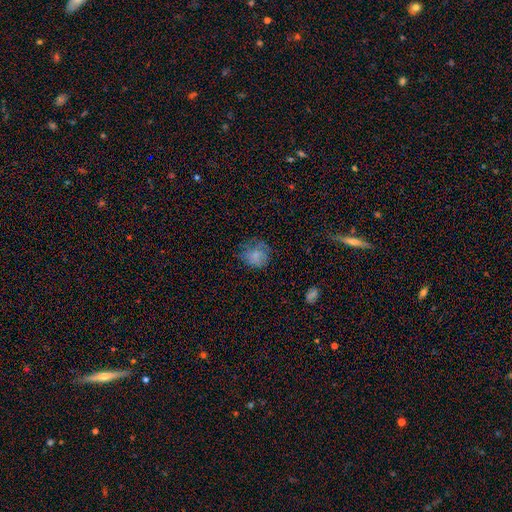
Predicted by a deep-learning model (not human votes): Smooth or featured: smooth — 71% (featured or disk — 17%)
How rounded: round — 73% (in between — 26%)
Merging: none — 59% (minor disturbance — 25%)